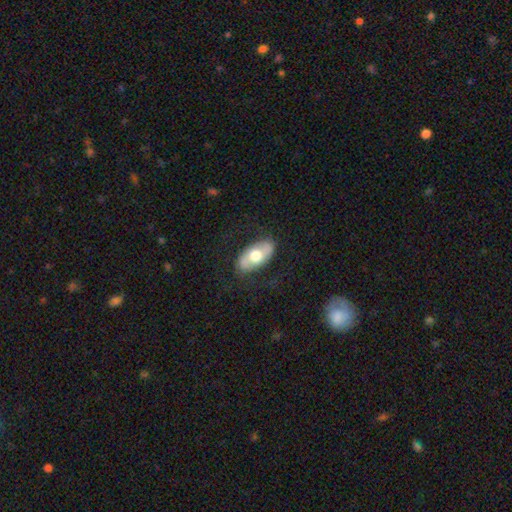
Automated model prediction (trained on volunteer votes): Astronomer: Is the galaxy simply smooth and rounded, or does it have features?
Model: smooth — 56% (runner-up: featured or disk, 38%).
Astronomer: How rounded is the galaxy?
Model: in between — 92%.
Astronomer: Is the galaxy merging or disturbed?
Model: none — 78%.